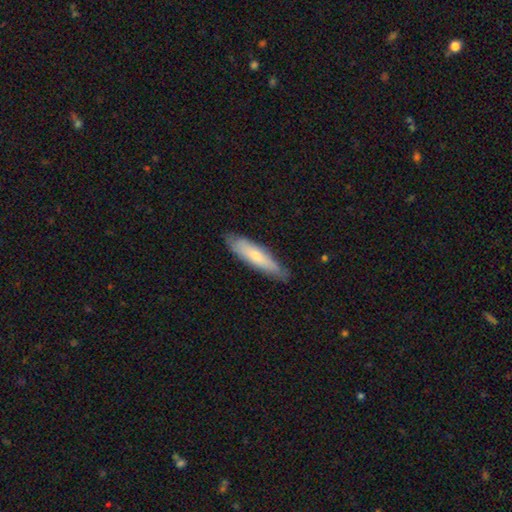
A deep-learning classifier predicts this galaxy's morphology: A smooth galaxy with no disk features (60%) that is cigar-shaped (75%). Merging: none (80%).